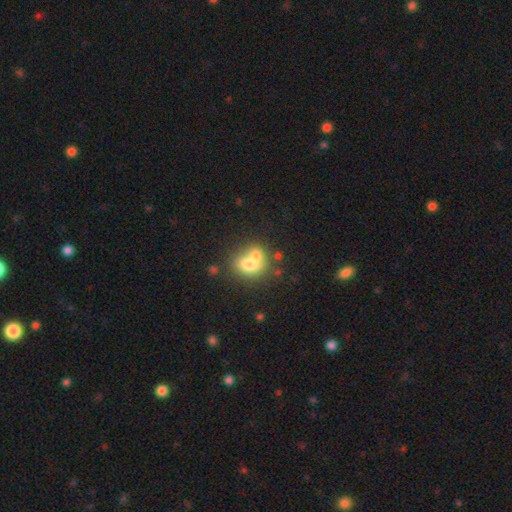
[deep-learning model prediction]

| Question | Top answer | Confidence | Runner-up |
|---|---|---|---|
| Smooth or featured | smooth | 70% | featured or disk (20%) |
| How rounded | round | 51% | in between (48%) |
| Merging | merger | 55% | none (30%) |